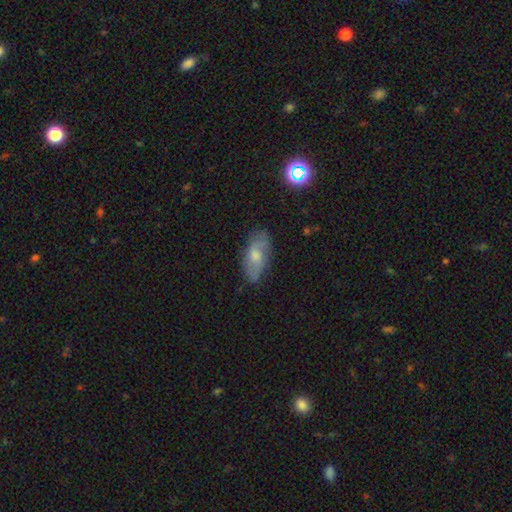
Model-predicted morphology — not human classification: smooth_or_featured: smooth (p=0.51) [alt: featured or disk p=0.40]
how_rounded: in between (p=0.88) [alt: cigar-shaped p=0.08]
merging: none (p=0.70) [alt: minor disturbance p=0.22]